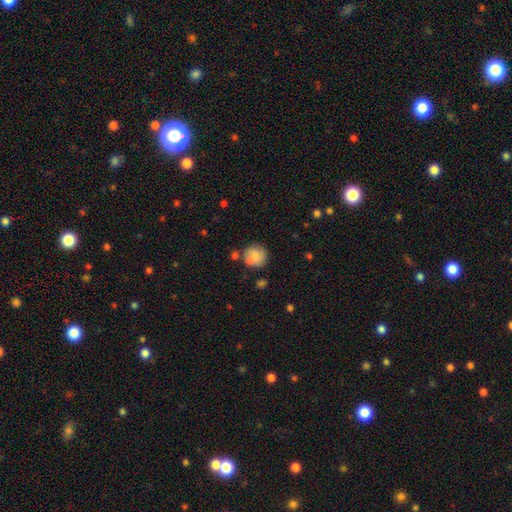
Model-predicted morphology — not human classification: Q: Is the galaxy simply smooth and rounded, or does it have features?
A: smooth — 77%.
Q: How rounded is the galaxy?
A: round — 86%.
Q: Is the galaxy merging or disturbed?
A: none — 59%.